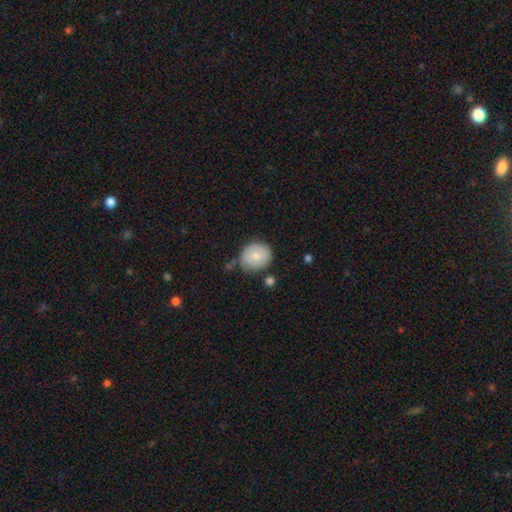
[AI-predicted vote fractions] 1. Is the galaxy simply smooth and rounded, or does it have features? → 67% smooth, 26% featured or disk, 7% star or artifact.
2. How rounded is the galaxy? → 73% round, 26% in between, 1% cigar-shaped.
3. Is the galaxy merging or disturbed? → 66% none, 23% minor disturbance, 6% merger, 5% major disturbance.